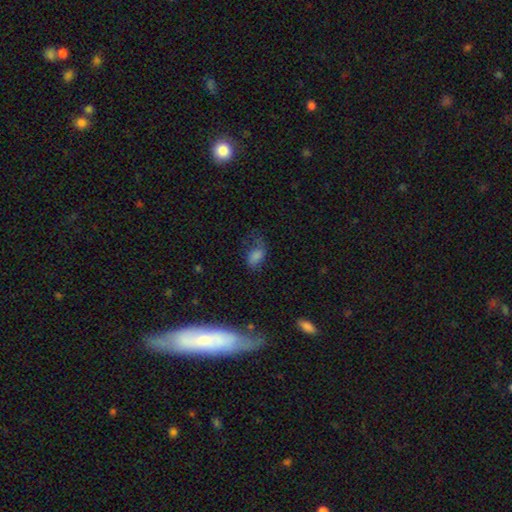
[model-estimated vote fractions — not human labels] Smooth or featured? Predicted: smooth (p=0.71). How rounded? Predicted: in between (p=0.87). Merging? Predicted: none (p=0.41).